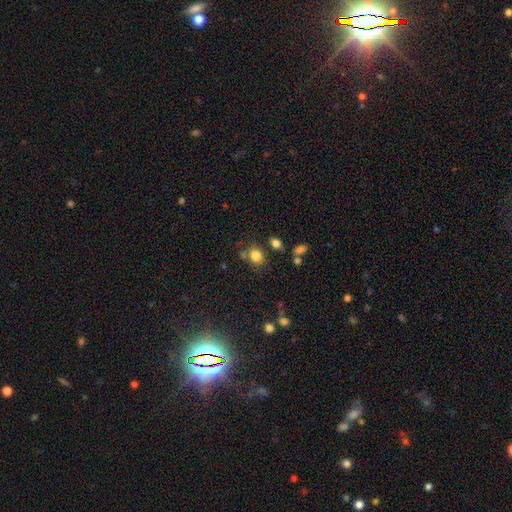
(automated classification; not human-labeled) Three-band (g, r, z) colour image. It shows a smooth galaxy with no disk features (81%) that is round (61%). Merging: none (68%).